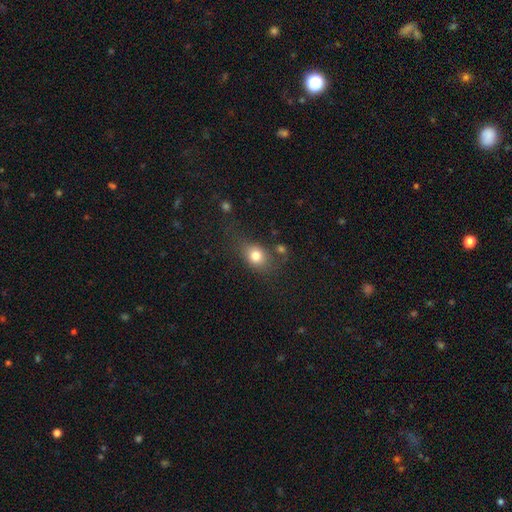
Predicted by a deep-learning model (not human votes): This is likely a smooth galaxy (78%). How rounded: possibly in between (50%). Merging: possibly none (60%).